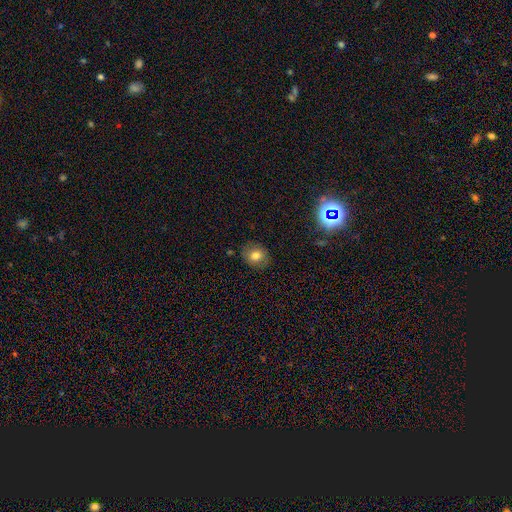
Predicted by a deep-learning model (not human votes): Overall: smooth (75%). How rounded: round (65%; in between 34%). Merging: none (85%).